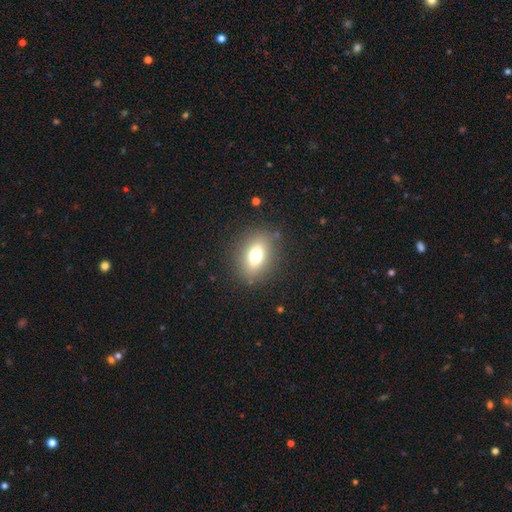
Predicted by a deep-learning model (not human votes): Smooth or featured? smooth (72%)
How rounded? in between (70%)
Merging? none (85%)